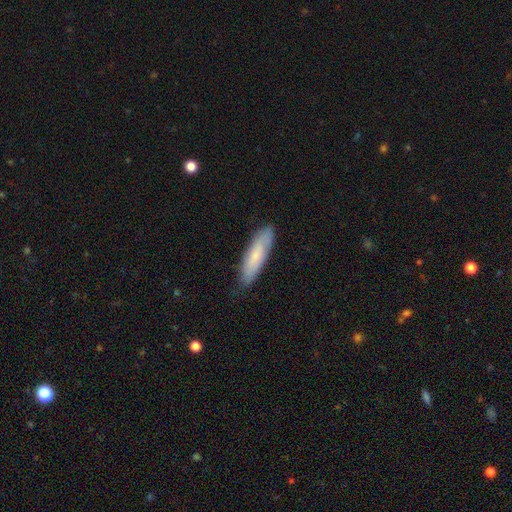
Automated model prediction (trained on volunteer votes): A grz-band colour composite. It shows a smooth galaxy with no disk features (70%) that is cigar-shaped (60%). Merging: none (78%).